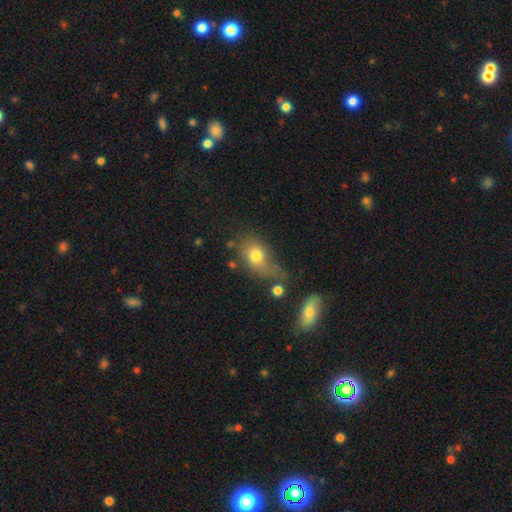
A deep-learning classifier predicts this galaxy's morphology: A smooth galaxy with no disk features (74%) that is in between round and cigar-shaped (69%).

Vote fractions:
- Smooth or featured? smooth: 74% / featured or disk: 15% / star or artifact: 11%
- How rounded? in between: 69% / round: 27% / cigar-shaped: 4%
- Merging? none: 41% / minor disturbance: 23% / major disturbance: 21% / merger: 15%